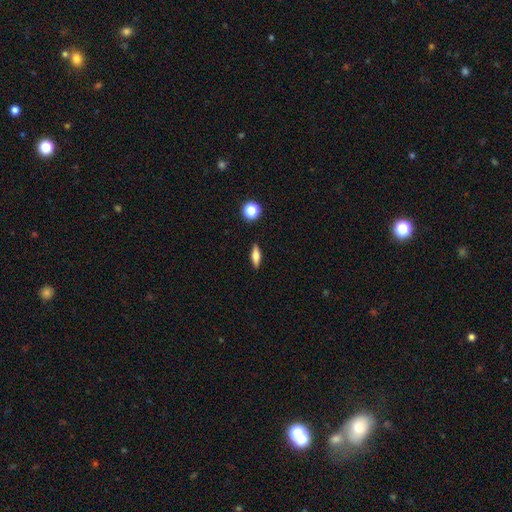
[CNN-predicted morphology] smooth-or-featured: smooth: 62% | featured or disk: 29% | star or artifact: 9%
  how-rounded: in between: 51% | cigar-shaped: 43% | round: 6%
  merging: none: 89% | minor disturbance: 8% | major disturbance: 2% | merger: 2%